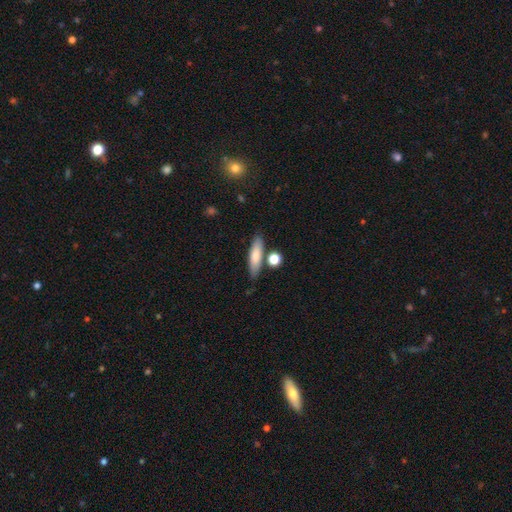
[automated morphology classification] This appears to be a smooth galaxy with no disk features (77%) that is cigar-shaped (64%). Merging: none (77%).